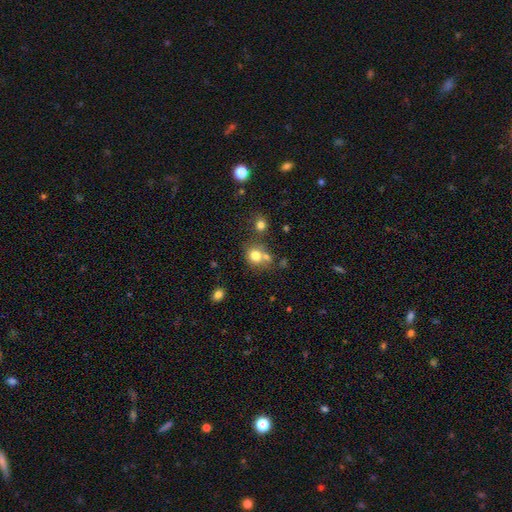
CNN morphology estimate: This appears to be a smooth galaxy with no disk features (75%) that is round (76%). Merging: none (51%).